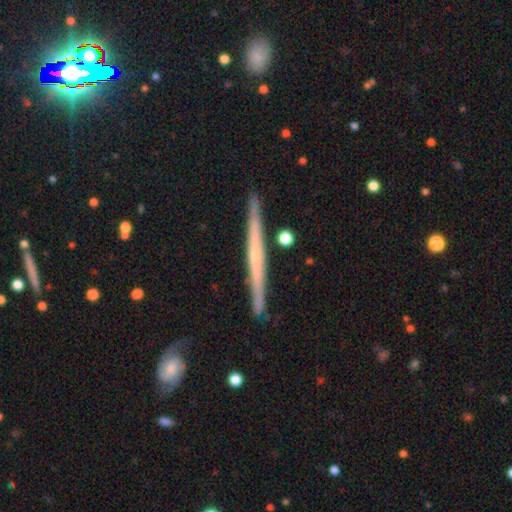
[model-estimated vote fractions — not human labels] Smooth or featured? featured or disk (64%)
Edge-on disk? yes (97%)
Edge-on bulge? none (73%)
Merging? none (89%)